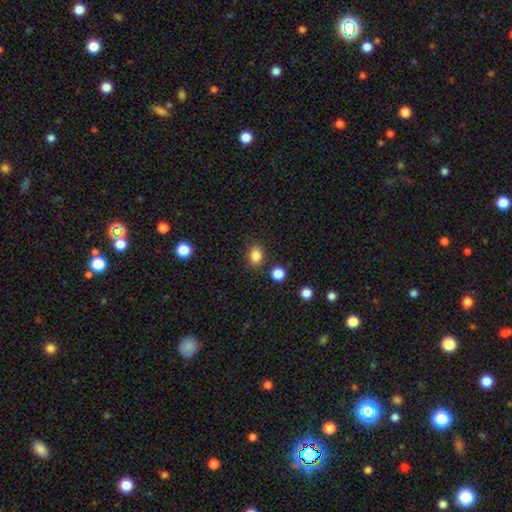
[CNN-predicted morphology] type=smooth (85%); roundness=round (52%); merging=none (82%).